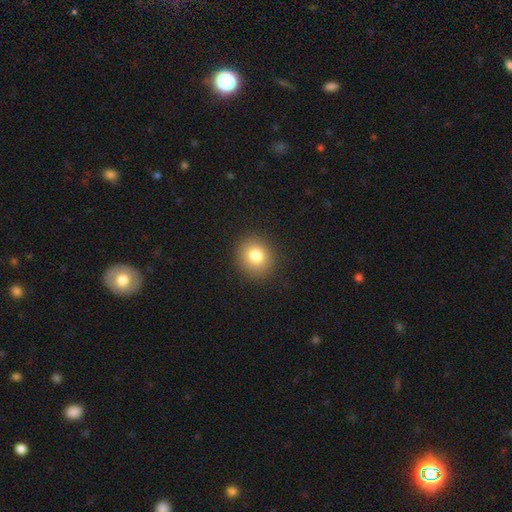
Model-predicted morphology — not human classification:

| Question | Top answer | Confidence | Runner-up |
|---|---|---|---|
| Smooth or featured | smooth | 81% | star or artifact (11%) |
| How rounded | round | 82% | in between (17%) |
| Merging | none | 90% | minor disturbance (6%) |